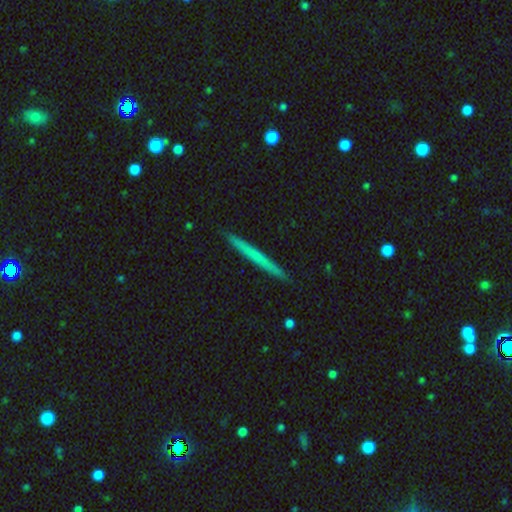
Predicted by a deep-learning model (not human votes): smooth 52%, featured or disk 43%, star or artifact 5%. Down the decision tree: how rounded — cigar-shaped (97%); merging — none (92%).